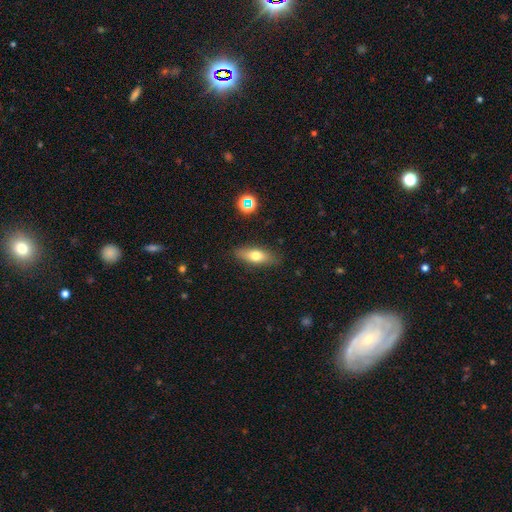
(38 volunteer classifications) A smooth galaxy with no disk features (63%) that is in between round and cigar-shaped (54%).

Vote fractions:
- Smooth or featured? smooth: 63% / featured or disk: 29% / star or artifact: 8%
- How rounded? in between: 54% / cigar-shaped: 33% / round: 12%
- Merging? none: 89% / minor disturbance: 11% / major disturbance: 0% / merger: 0%